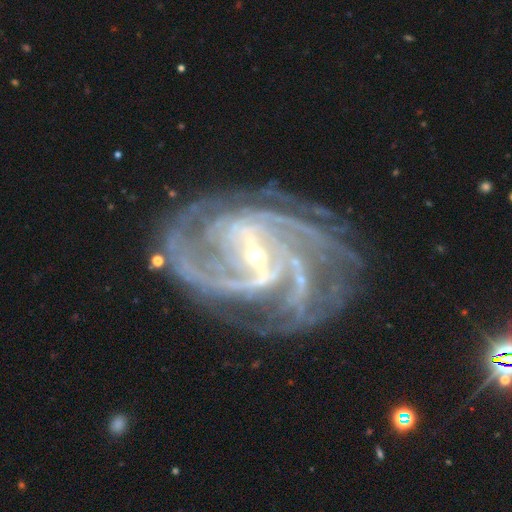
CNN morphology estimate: Overall: featured or disk (92%). Edge-on disk: no (97%). Bar: strong (56%; weak 34%). Spiral arms: yes (98%). Spiral arm count: 4 (25%; 3 20%). Spiral winding: tight (46%; medium 44%). Bulge size: small (77%). Merging: none (70%).